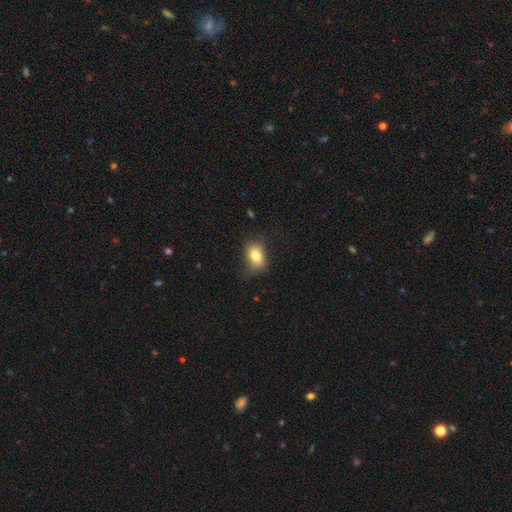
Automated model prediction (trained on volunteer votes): The model was most divided on "merging": none: 74%, minor disturbance: 19%, major disturbance: 5%, merger: 1%. More confident: smooth or featured — smooth (80%); how rounded — in between (78%).